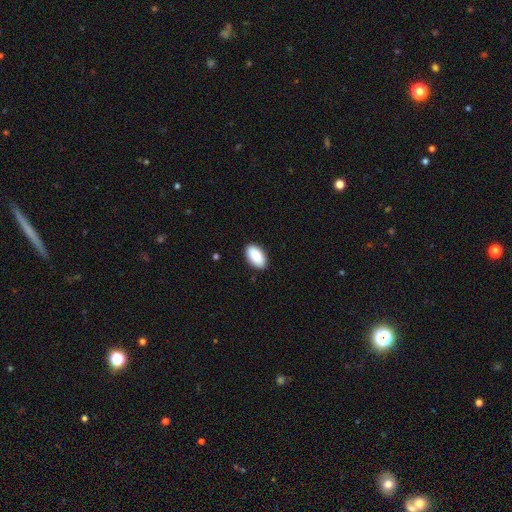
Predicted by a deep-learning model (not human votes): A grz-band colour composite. It shows a smooth galaxy with no disk features (90%) that is in between round and cigar-shaped (95%). Merging: none (89%).